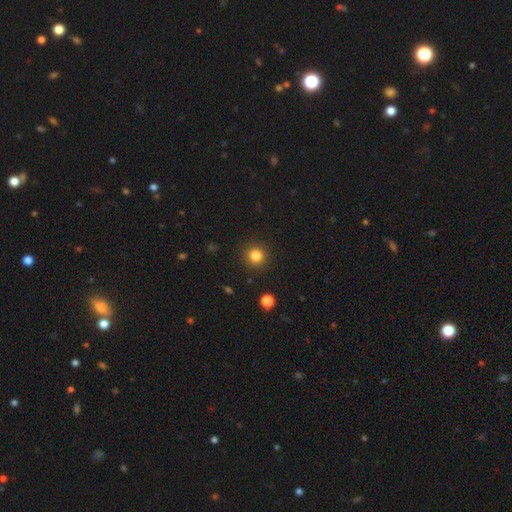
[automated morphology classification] smooth-or-featured: smooth: 83% | star or artifact: 12% | featured or disk: 4%
  how-rounded: round: 93% | in between: 6% | cigar-shaped: 1%
  merging: none: 90% | minor disturbance: 6% | major disturbance: 2% | merger: 1%